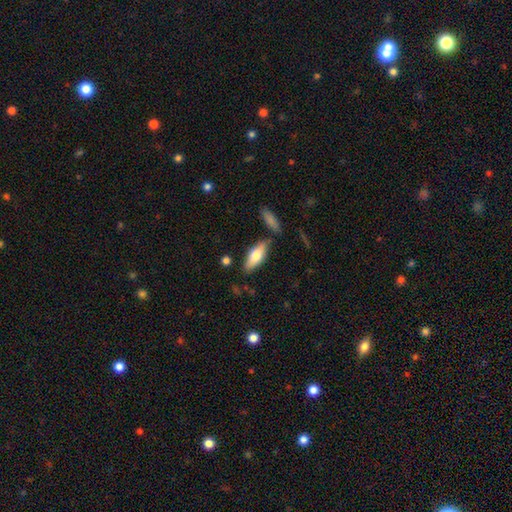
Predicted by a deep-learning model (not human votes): A smooth galaxy with no disk features (69%) that is in between round and cigar-shaped (70%).

Vote fractions:
- Smooth or featured? smooth: 69% / featured or disk: 25% / star or artifact: 6%
- How rounded? in between: 70% / cigar-shaped: 28% / round: 2%
- Merging? none: 77% / minor disturbance: 13% / merger: 6% / major disturbance: 3%